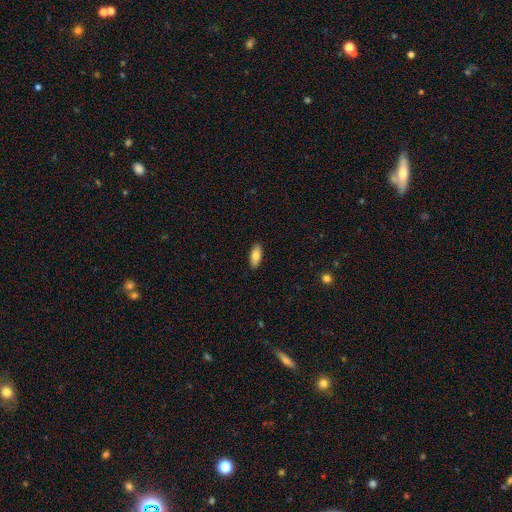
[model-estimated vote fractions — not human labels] smooth 81%, featured or disk 13%, star or artifact 6%. Down the decision tree: how rounded — in between (81%); merging — none (90%).